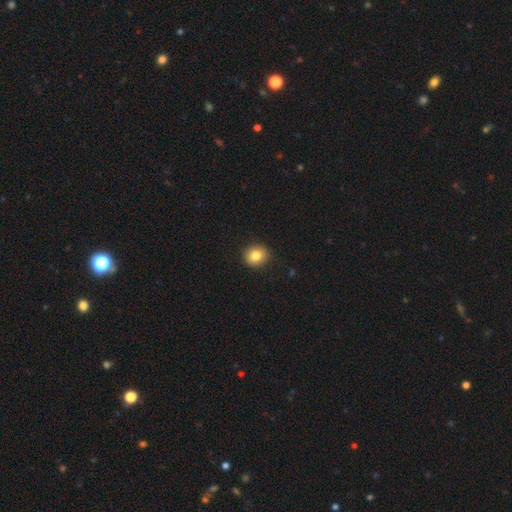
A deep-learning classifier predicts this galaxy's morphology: smooth 83%, star or artifact 10%, featured or disk 7%. Down the decision tree: how rounded — round (82%); merging — none (90%).